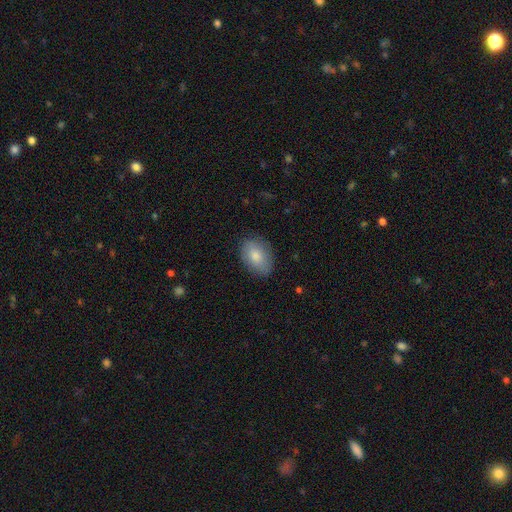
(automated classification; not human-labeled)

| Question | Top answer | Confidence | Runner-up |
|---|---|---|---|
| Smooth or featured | smooth | 82% | featured or disk (12%) |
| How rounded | in between | 86% | round (13%) |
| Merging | none | 84% | minor disturbance (12%) |